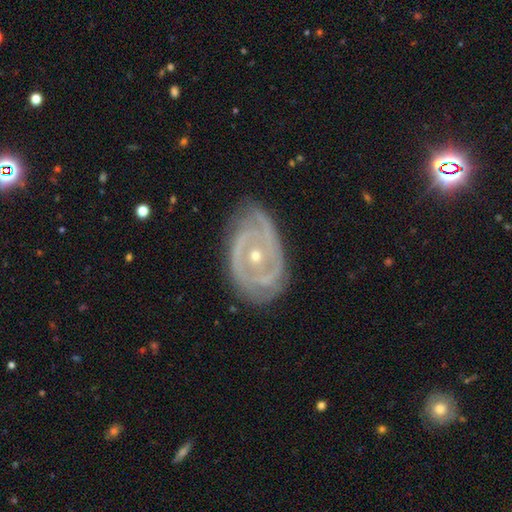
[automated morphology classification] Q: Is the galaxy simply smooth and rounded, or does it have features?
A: featured or disk — 87%.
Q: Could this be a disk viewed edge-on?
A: no — 96%.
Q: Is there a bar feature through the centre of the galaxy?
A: no — 70%.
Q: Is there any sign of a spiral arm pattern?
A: yes — 91%.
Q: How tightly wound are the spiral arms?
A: tight — 64%.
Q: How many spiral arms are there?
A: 2 — 48%.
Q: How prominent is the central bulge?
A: small — 61%.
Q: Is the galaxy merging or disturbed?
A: none — 67%.